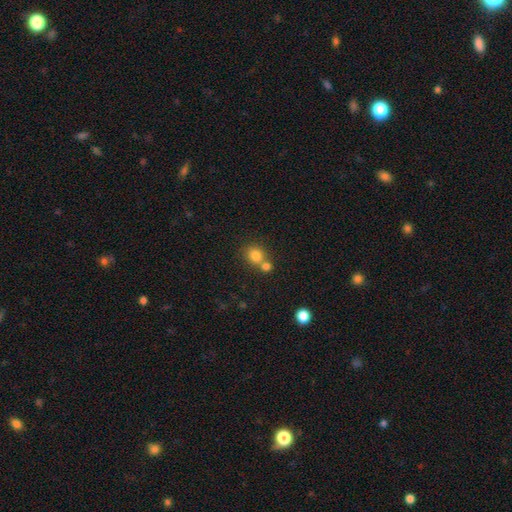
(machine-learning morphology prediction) Smooth or featured? Predicted: smooth (p=0.81). How rounded? Predicted: round (p=0.80). Merging? Predicted: none (p=0.49).